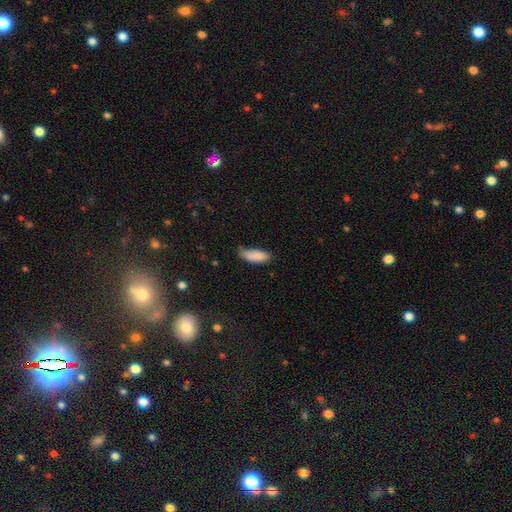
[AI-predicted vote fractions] This is clearly a smooth galaxy (87%). How rounded: likely in between (65%). Merging: likely none (68%).